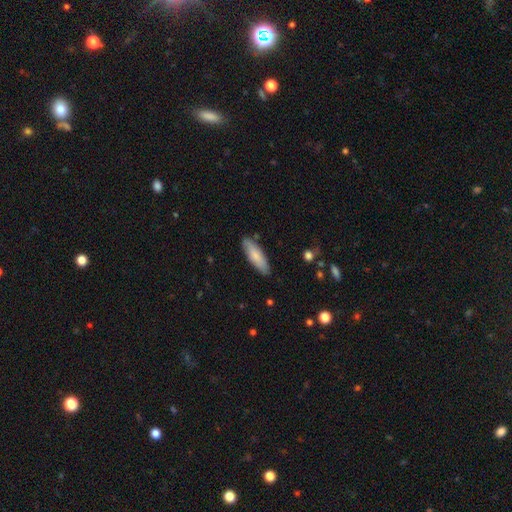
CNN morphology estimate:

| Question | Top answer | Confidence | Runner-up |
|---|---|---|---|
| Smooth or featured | smooth | 78% | featured or disk (16%) |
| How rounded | cigar-shaped | 55% | in between (44%) |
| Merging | none | 85% | minor disturbance (11%) |